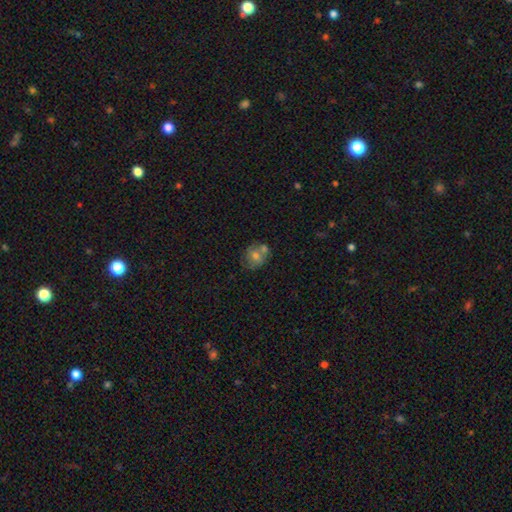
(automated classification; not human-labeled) This appears to be a smooth galaxy with no disk features (67%) that is round (71%). Merging: none (47%).